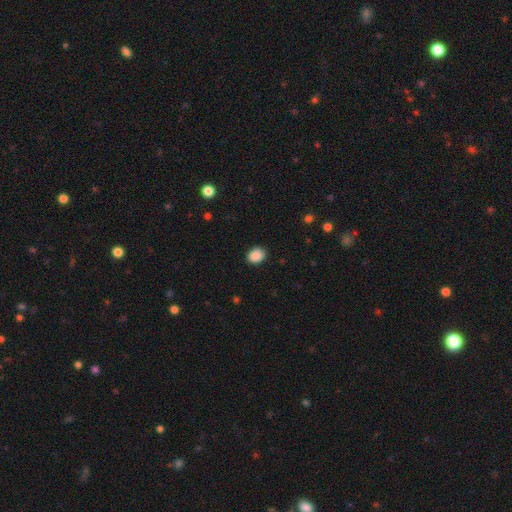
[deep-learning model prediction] Overall: smooth (89%). How rounded: round (50%; in between 49%). Merging: none (87%).